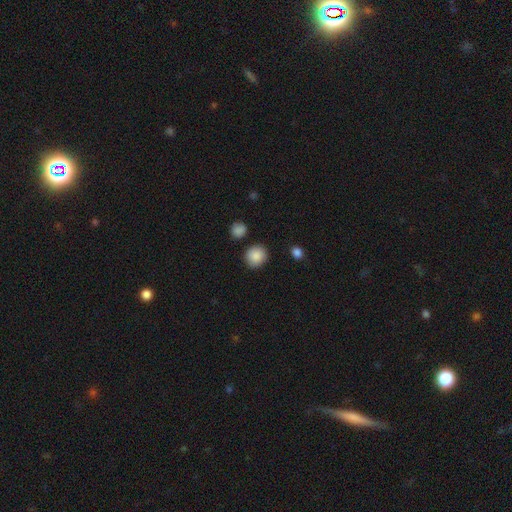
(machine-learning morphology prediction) smooth 88%, star or artifact 8%, featured or disk 4%. Down the decision tree: how rounded — round (87%); merging — none (87%).